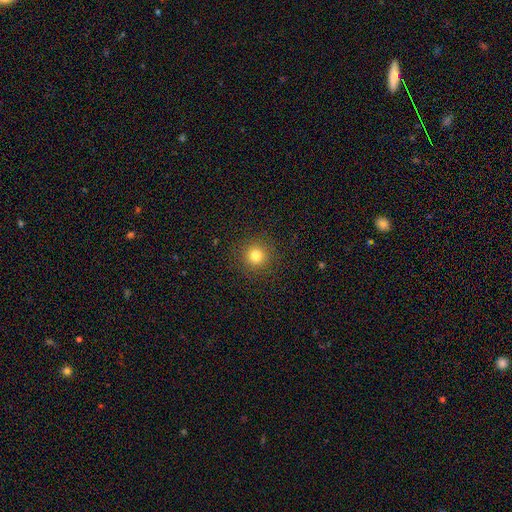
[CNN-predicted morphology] This appears to be a smooth galaxy with no disk features (80%) that is round (95%). Merging: none (91%).